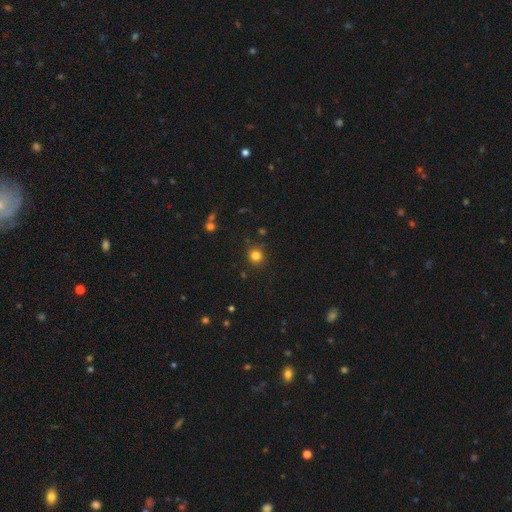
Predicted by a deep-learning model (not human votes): smooth_or_featured: smooth (p=0.81) [alt: star or artifact p=0.14]
how_rounded: round (p=0.93) [alt: in between p=0.06]
merging: none (p=0.87) [alt: minor disturbance p=0.08]